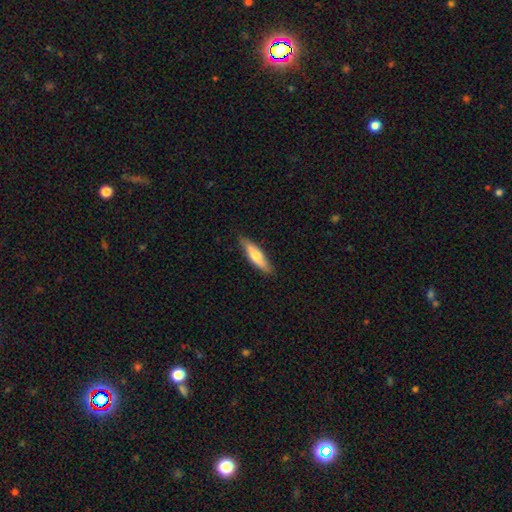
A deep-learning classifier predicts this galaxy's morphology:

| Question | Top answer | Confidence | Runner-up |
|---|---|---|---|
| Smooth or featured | smooth | 60% | featured or disk (34%) |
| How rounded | cigar-shaped | 65% | in between (33%) |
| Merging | none | 83% | minor disturbance (13%) |